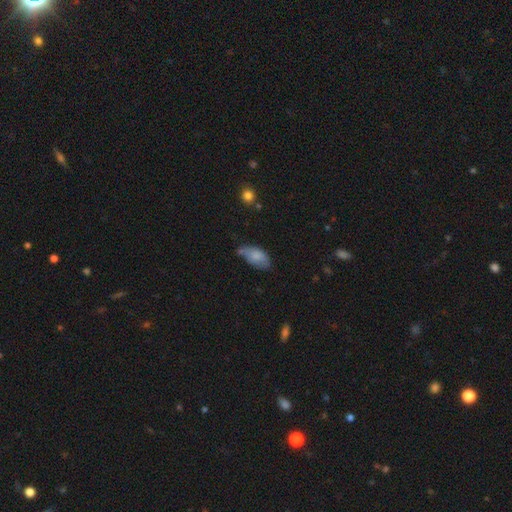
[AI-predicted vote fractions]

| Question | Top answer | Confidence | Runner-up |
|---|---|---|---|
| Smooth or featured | smooth | 77% | featured or disk (16%) |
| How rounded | in between | 92% | cigar-shaped (5%) |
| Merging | minor disturbance | 41% | tied: none (41%) |